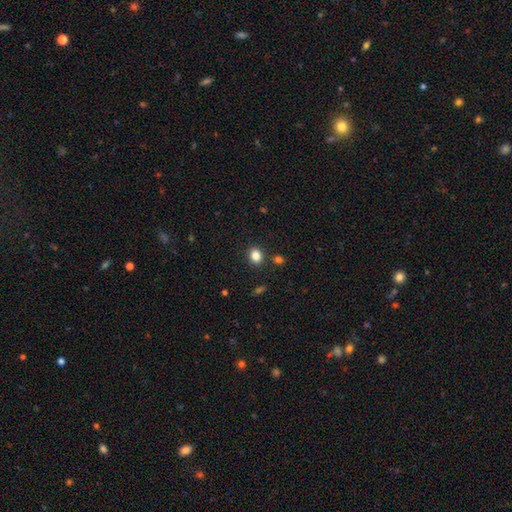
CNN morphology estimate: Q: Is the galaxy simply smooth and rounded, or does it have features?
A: smooth — 85%.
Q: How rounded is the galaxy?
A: round — 50%.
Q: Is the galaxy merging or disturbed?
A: none — 86%.